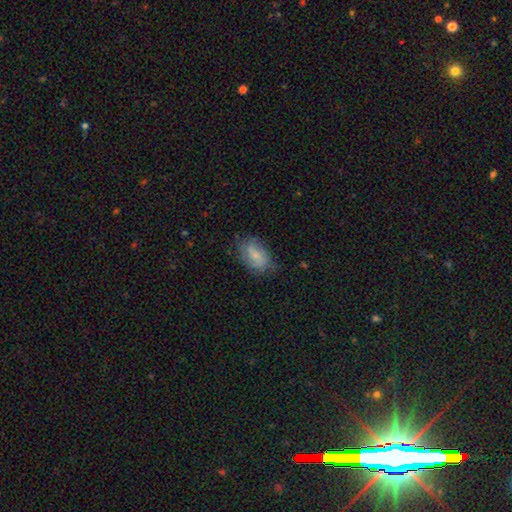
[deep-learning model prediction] This appears to be a smooth galaxy with no disk features (61%) that is in between round and cigar-shaped (89%). Merging: none (67%).